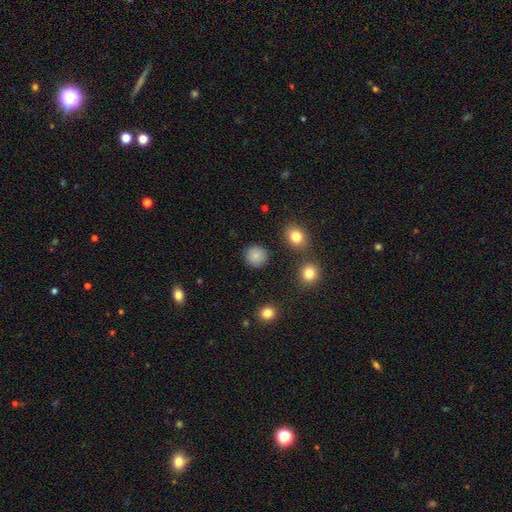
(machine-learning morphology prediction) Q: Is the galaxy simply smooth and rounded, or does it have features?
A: smooth — 86%.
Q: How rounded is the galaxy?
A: round — 92%.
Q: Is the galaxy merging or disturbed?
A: none — 89%.